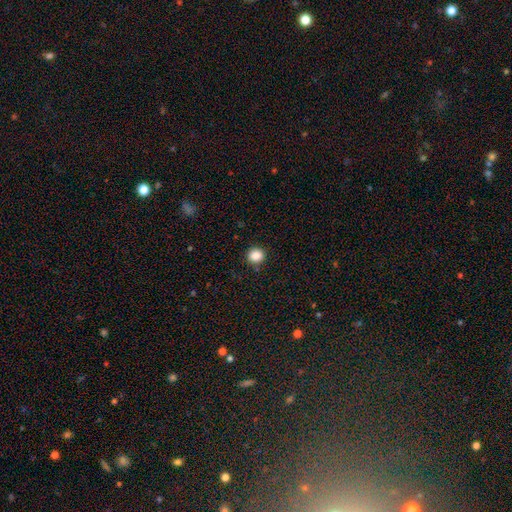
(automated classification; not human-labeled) This appears to be a smooth galaxy with no disk features (87%) that is round (88%). Merging: none (89%).